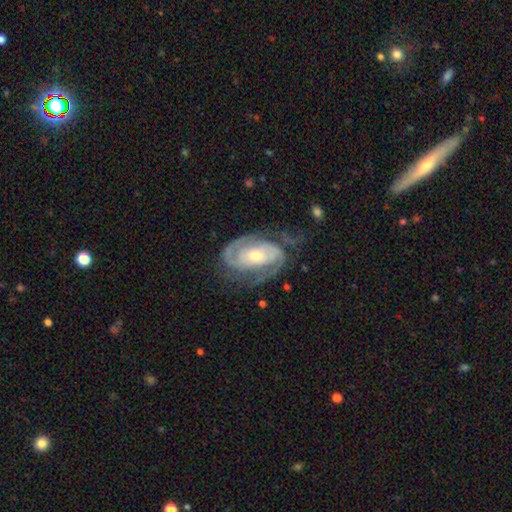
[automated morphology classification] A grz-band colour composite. It shows a featured or disk galaxy (89%) with no bar (49%), 2 (82%) tight (51%) spiral arms (96%) and a moderate central bulge (51%). Merging: none (66%).